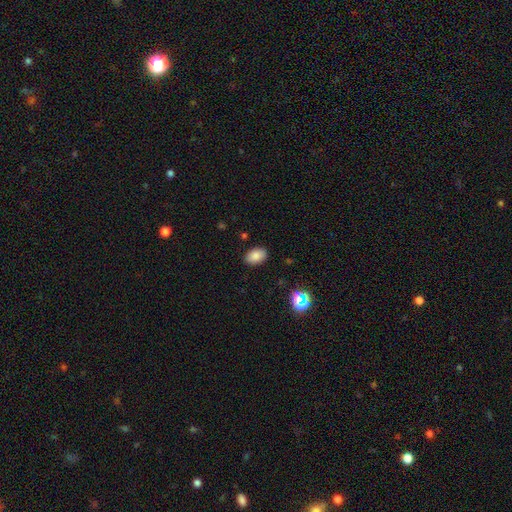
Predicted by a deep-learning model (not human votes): The model was most divided on "how rounded": in between: 86%, round: 13%, cigar-shaped: 1%. More confident: merging — none (87%); smooth or featured — smooth (84%).